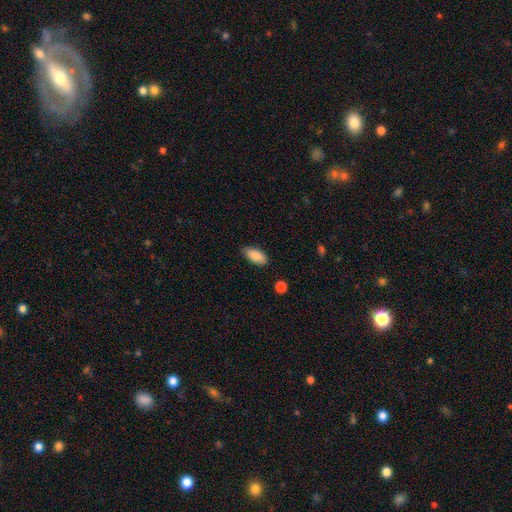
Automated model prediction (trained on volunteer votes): Smooth or featured? smooth (87%)
How rounded? in between (91%)
Merging? none (83%)